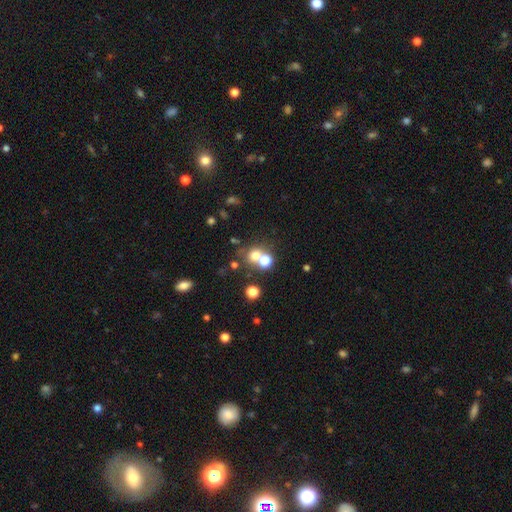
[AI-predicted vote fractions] Q: Smooth or featured?
A: smooth (65%); runner-up: star or artifact (22%)
Q: How rounded?
A: round (83%); runner-up: in between (16%)
Q: Merging?
A: none (51%); runner-up: merger (37%)